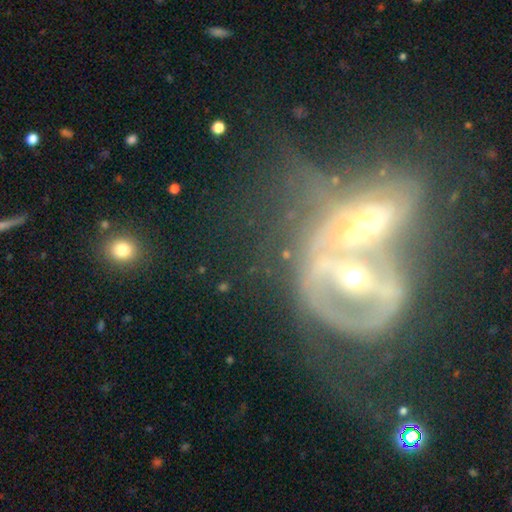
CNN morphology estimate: Smooth or featured: featured or disk — 77% (smooth — 14%)
Edge-on disk: no — 89% (yes — 11%)
Bar: strong — 38% (no — 35%)
Spiral arms: yes — 64% (no — 36%)
Bulge size: moderate — 49% (small — 44%)
Merging: merger — 73% (none — 11%)